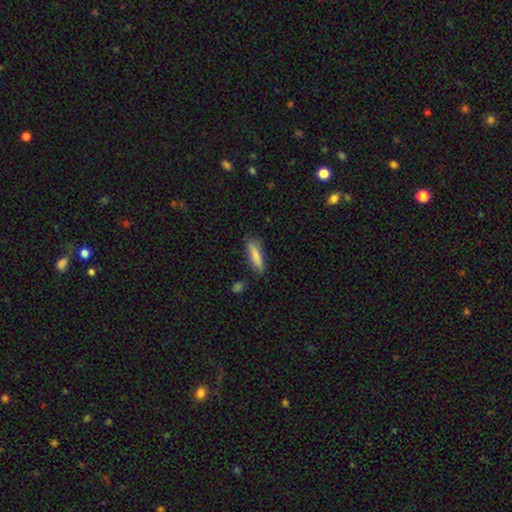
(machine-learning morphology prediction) This is clearly a smooth galaxy (83%). How rounded: likely cigar-shaped (69%). Merging: likely none (76%).